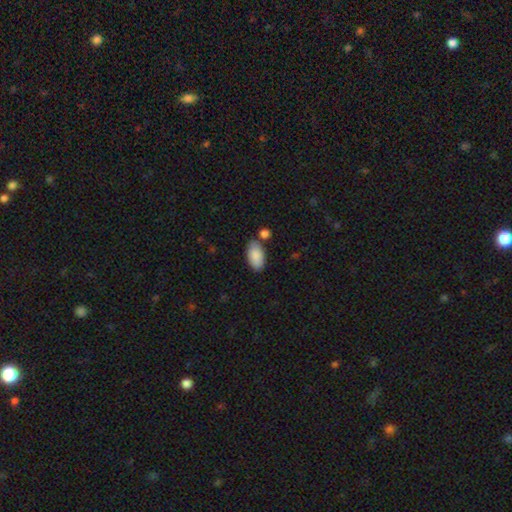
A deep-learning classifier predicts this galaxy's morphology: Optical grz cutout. It shows a smooth galaxy with no disk features (88%) that is in between round and cigar-shaped (95%). Merging: none (74%).